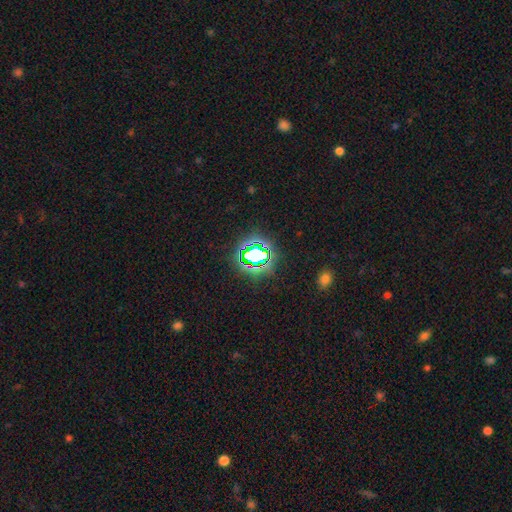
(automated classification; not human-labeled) Smooth or featured? Predicted: star or artifact (p=0.69).